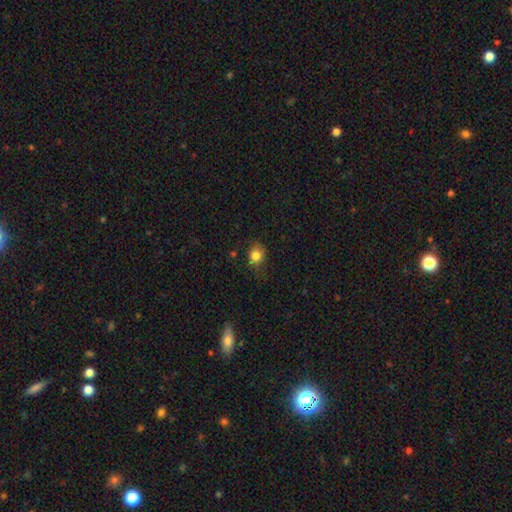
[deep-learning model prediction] Smooth or featured: smooth — 82% (star or artifact — 11%)
How rounded: round — 57% (in between — 42%)
Merging: none — 65% (minor disturbance — 26%)